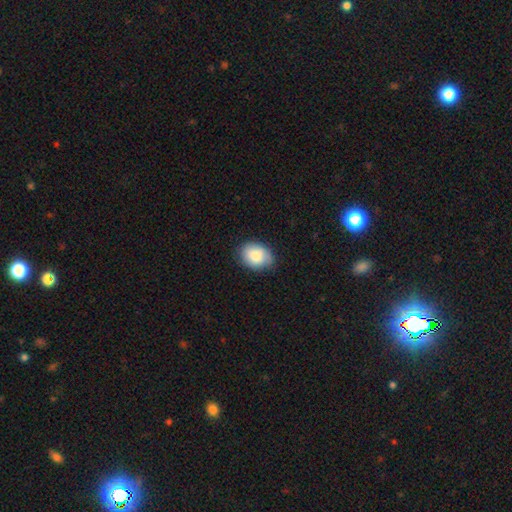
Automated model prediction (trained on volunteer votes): A smooth galaxy with no disk features (84%) that is in between round and cigar-shaped (69%).

Vote fractions:
- Smooth or featured? smooth: 84% / featured or disk: 10% / star or artifact: 7%
- How rounded? in between: 69% / round: 30% / cigar-shaped: 1%
- Merging? none: 77% / minor disturbance: 19% / major disturbance: 3% / merger: 1%